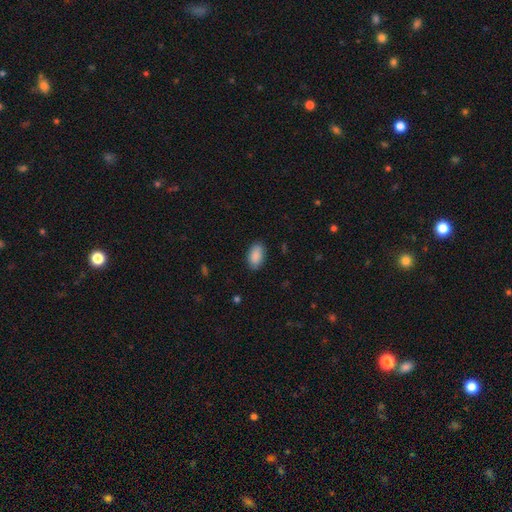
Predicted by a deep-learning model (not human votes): This appears to be a smooth galaxy with no disk features (90%) that is in between round and cigar-shaped (94%). Merging: none (86%).